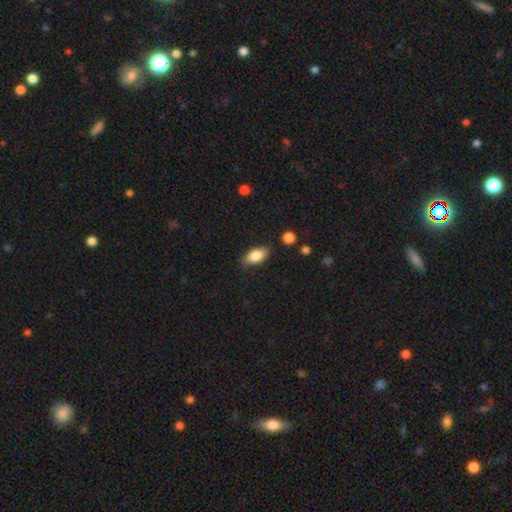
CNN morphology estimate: type=smooth (81%); roundness=in between (88%); merging=none (79%).